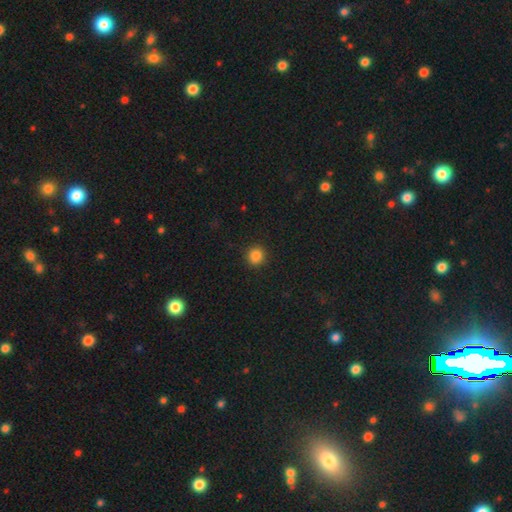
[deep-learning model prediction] Morphology: type=smooth (85%); roundness=round (93%); merging=none (91%).